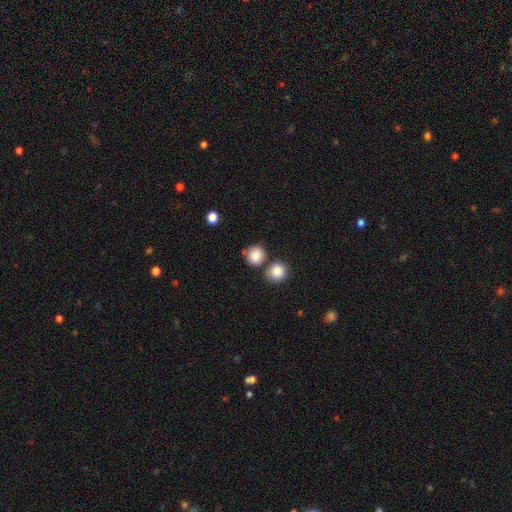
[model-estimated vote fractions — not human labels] smooth-or-featured: smooth: 87% | star or artifact: 9% | featured or disk: 5%
  how-rounded: round: 83% | in between: 16% | cigar-shaped: 1%
  merging: none: 64% | merger: 22% | minor disturbance: 11% | major disturbance: 4%